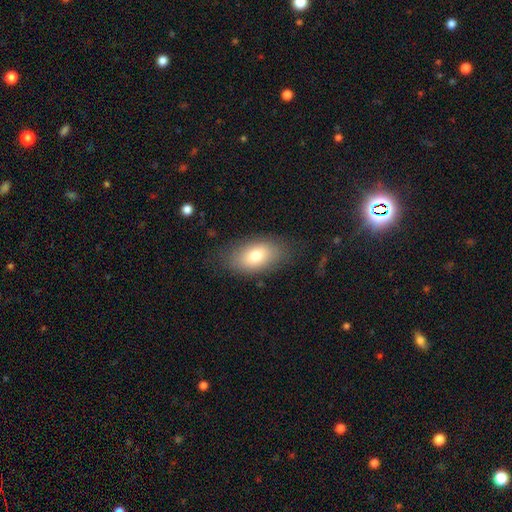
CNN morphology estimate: type=smooth (76%); roundness=in between (90%); merging=none (78%).